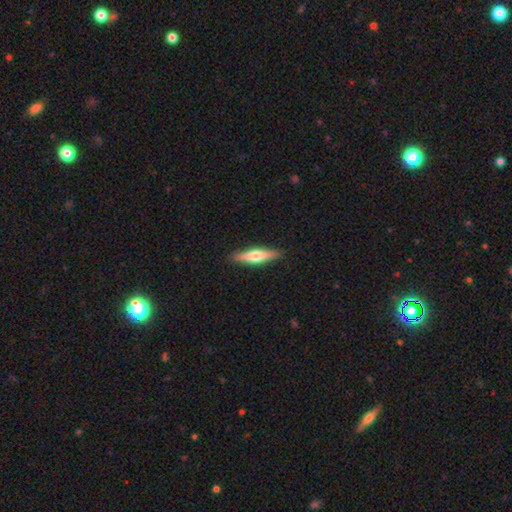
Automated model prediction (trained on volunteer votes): Smooth or featured? smooth (49%)
Merging? none (89%)